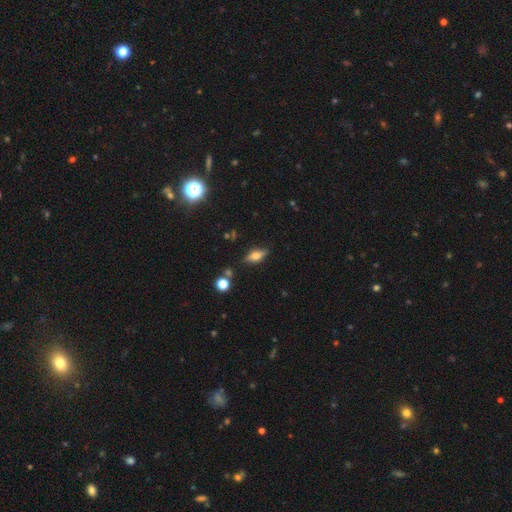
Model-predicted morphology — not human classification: smooth_or_featured: smooth (p=0.50) [alt: featured or disk p=0.39]
how_rounded: in between (p=0.71) [alt: cigar-shaped p=0.23]
merging: none (p=0.81) [alt: minor disturbance p=0.13]